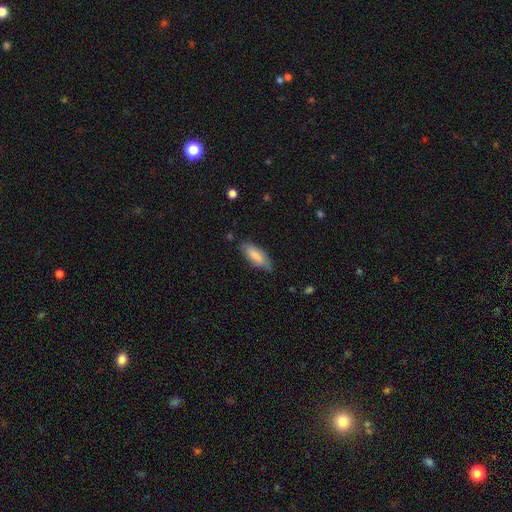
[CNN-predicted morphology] Overall: smooth (79%). How rounded: in between (70%). Merging: none (76%).